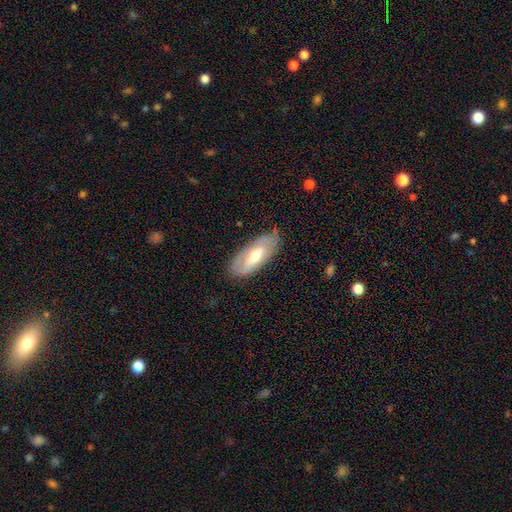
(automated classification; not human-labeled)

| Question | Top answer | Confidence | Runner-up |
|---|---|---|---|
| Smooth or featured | featured or disk | 58% | smooth (36%) |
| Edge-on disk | no | 79% | yes (21%) |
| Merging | none | 81% | minor disturbance (14%) |